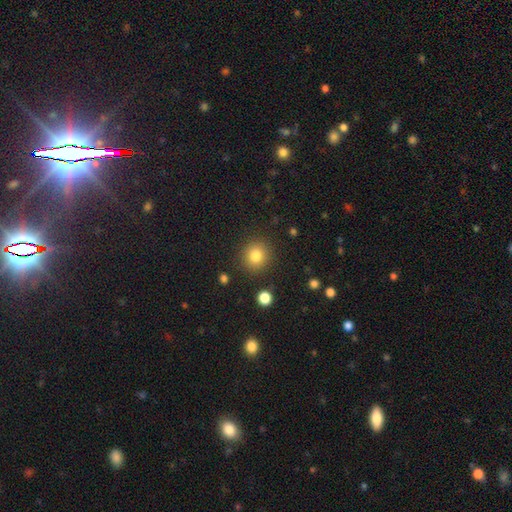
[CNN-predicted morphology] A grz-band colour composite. It shows a smooth galaxy with no disk features (82%) that is round (87%). Merging: none (88%).